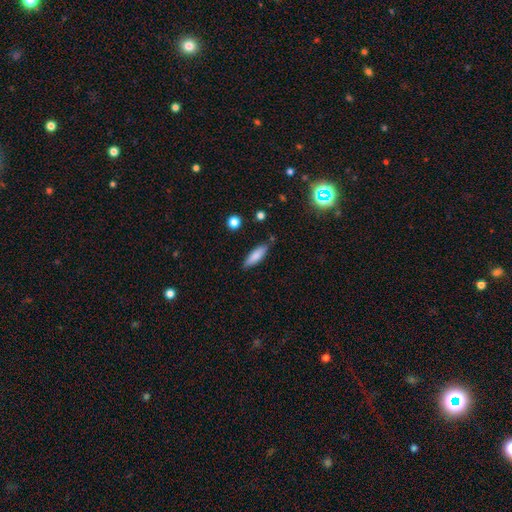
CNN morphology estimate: The model was most divided on "how rounded": cigar-shaped: 52%, in between: 46%, round: 2%. More confident: merging — none (82%); smooth or featured — smooth (81%).